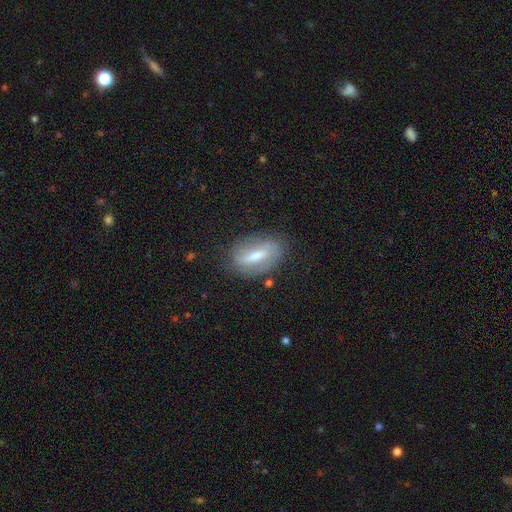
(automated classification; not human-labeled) Smooth or featured?
  - featured or disk: 51% *
  - smooth: 40%
  - star or artifact: 9%
Edge-on disk?
  - no: 80% *
  - yes: 20%
Merging?
  - none: 75% *
  - minor disturbance: 17%
  - major disturbance: 6%
  - merger: 2%